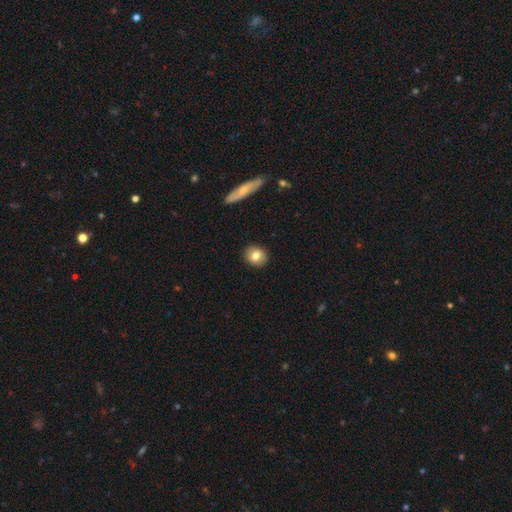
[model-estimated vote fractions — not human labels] This is likely a smooth galaxy (80%). How rounded: likely round (74%). Merging: clearly none (90%).